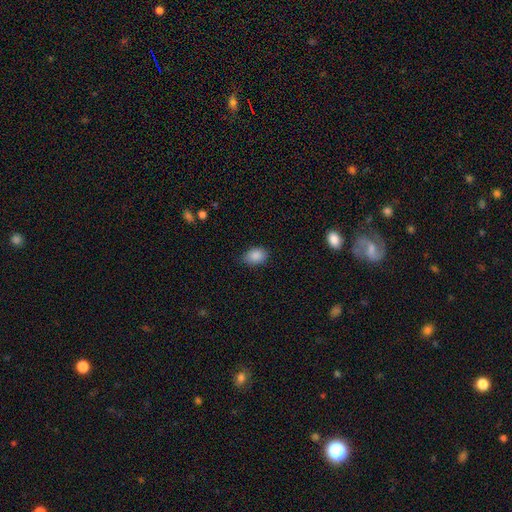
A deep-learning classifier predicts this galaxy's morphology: smooth 88%, star or artifact 8%, featured or disk 4%. Down the decision tree: how rounded — in between (79%); merging — none (79%).